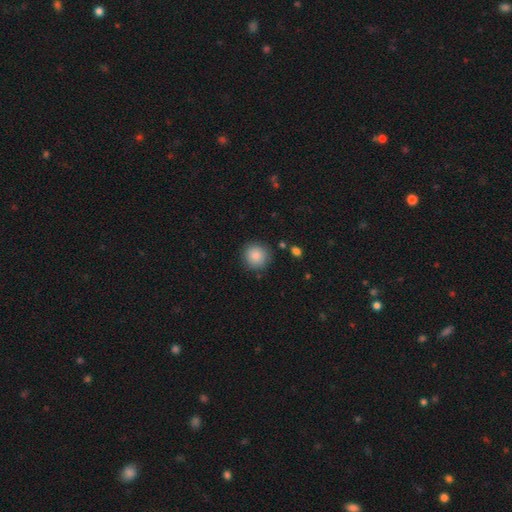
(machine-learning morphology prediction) type=smooth (87%); roundness=round (93%); merging=none (87%).